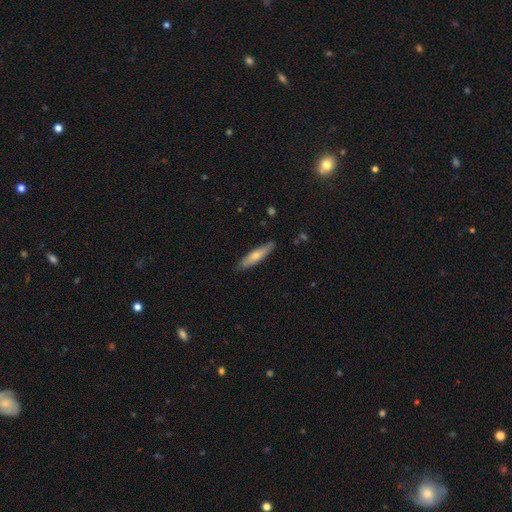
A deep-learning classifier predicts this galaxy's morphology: smooth 63%, featured or disk 31%, star or artifact 6%. Down the decision tree: how rounded — cigar-shaped (80%); merging — none (85%).